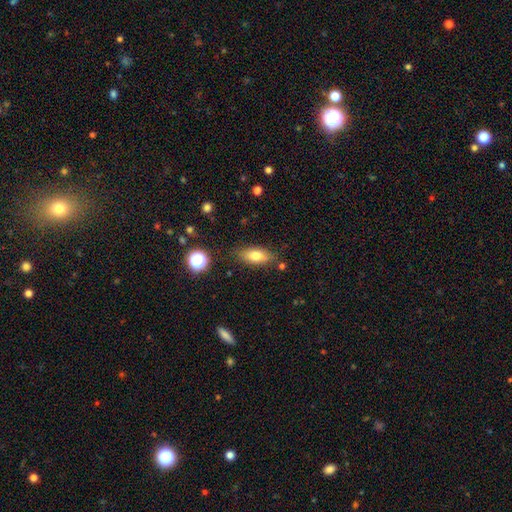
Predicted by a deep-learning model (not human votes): Smooth or featured?
  - smooth: 76% *
  - featured or disk: 15%
  - star or artifact: 9%
How rounded?
  - in between: 79% *
  - cigar-shaped: 15%
  - round: 6%
Merging?
  - none: 80% *
  - minor disturbance: 13%
  - major disturbance: 3%
  - merger: 3%